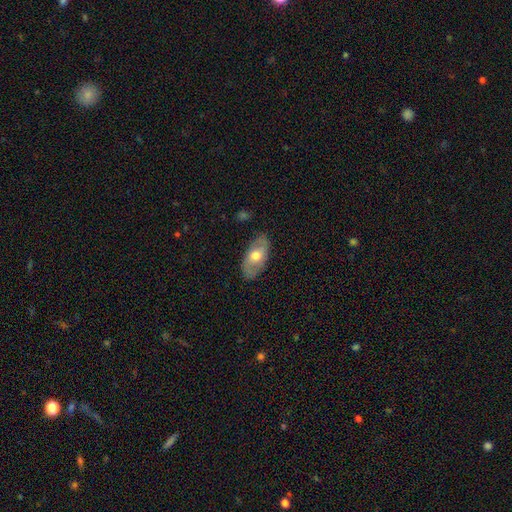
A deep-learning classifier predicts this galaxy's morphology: Smooth or featured? smooth (50%)
How rounded? in between (91%)
Merging? none (81%)